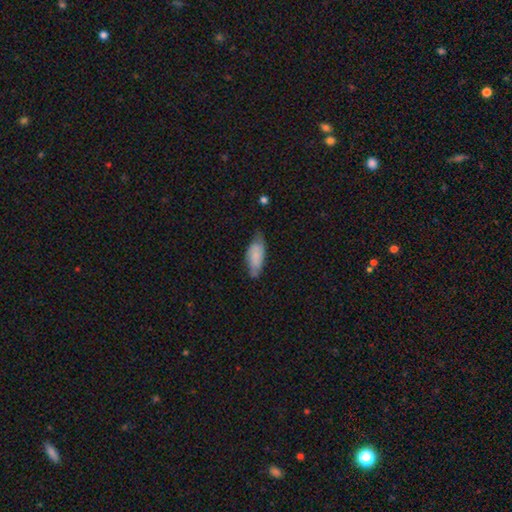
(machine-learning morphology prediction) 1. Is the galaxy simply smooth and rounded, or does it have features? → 73% smooth, 20% featured or disk, 7% star or artifact.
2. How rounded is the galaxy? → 81% in between, 18% cigar-shaped, 2% round.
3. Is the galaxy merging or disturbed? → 59% none, 32% minor disturbance, 7% major disturbance, 2% merger.